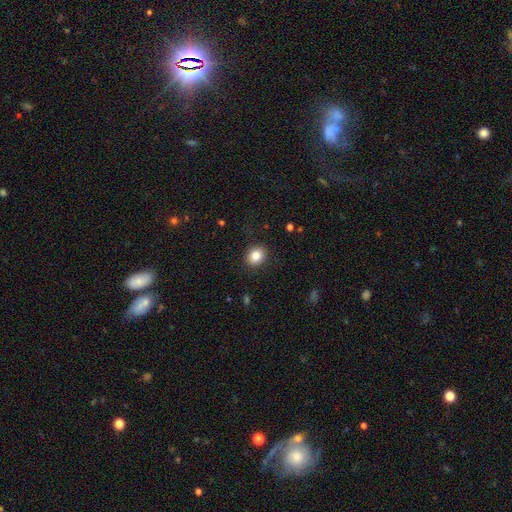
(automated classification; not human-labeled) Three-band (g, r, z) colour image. It shows a smooth galaxy with no disk features (84%) that is round (57%). Merging: none (89%).